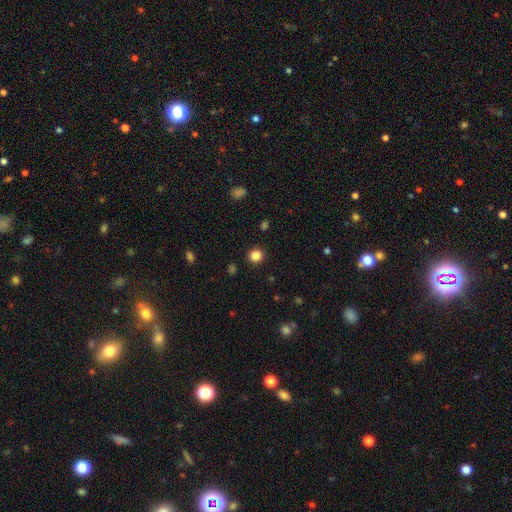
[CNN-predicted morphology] A smooth galaxy with no disk features (85%) that is round (90%).

Vote fractions:
- Smooth or featured? smooth: 85% / star or artifact: 12% / featured or disk: 3%
- How rounded? round: 90% / in between: 9% / cigar-shaped: 1%
- Merging? none: 92% / minor disturbance: 5% / major disturbance: 2% / merger: 1%